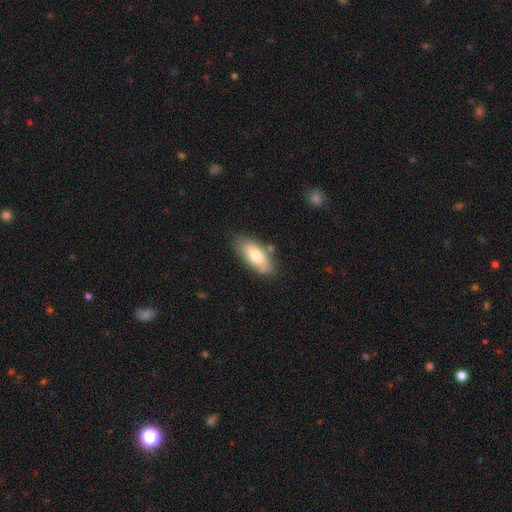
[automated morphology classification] The model was most divided on "merging": none: 75%, minor disturbance: 17%, merger: 4%, major disturbance: 3%. More confident: how rounded — in between (85%); smooth or featured — smooth (76%).